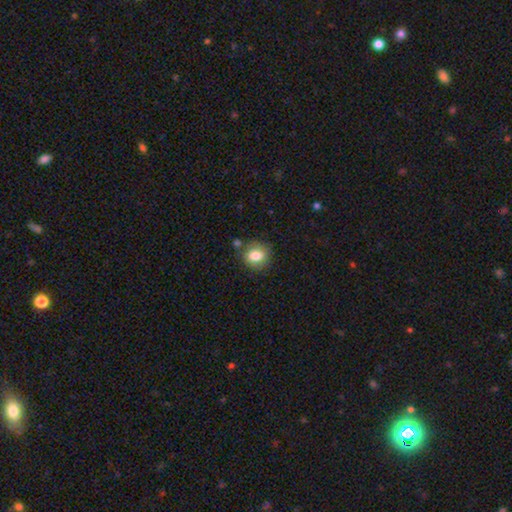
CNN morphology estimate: A smooth galaxy with no disk features (80%) that is round (76%). Merging: none (76%).